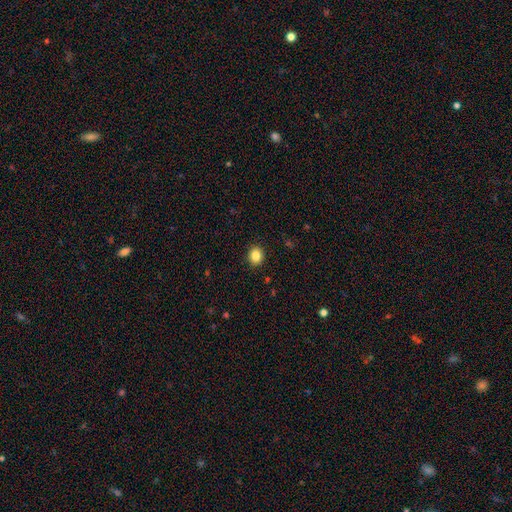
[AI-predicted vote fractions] A smooth galaxy with no disk features (86%) that is round (64%). Merging: none (91%).